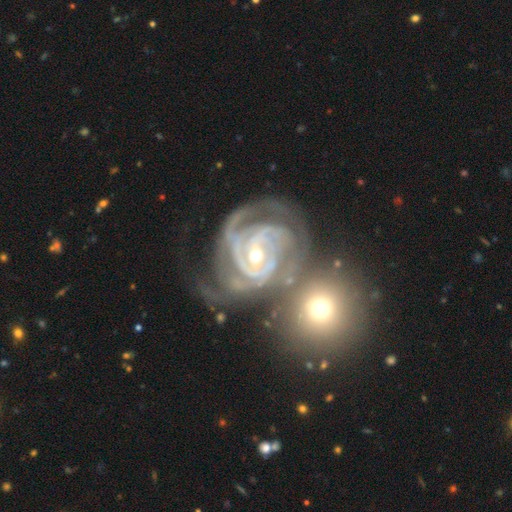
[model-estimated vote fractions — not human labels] Smooth or featured? Predicted: featured or disk (p=0.91). Edge-on disk? Predicted: no (p=0.98). Bar? Predicted: no (p=0.42). Spiral arms? Predicted: yes (p=0.98). Spiral winding? Predicted: tight (p=0.66). Spiral arm count? Predicted: 3 (p=0.37). Bulge size? Predicted: small (p=0.54). Merging? Predicted: none (p=0.34).